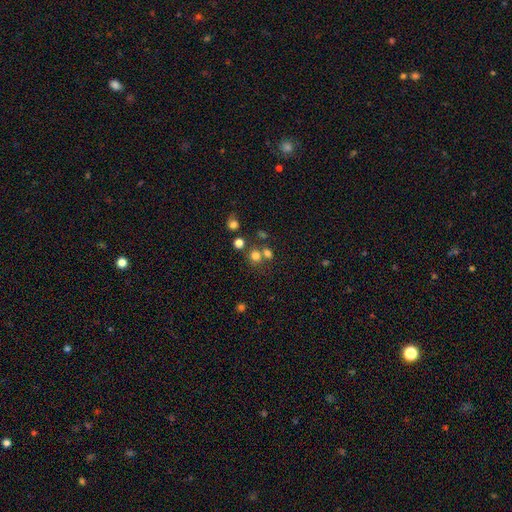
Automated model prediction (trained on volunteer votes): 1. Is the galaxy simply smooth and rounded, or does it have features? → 72% smooth, 19% star or artifact, 9% featured or disk.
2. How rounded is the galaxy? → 81% round, 18% in between, 1% cigar-shaped.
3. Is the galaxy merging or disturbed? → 55% none, 32% merger, 9% minor disturbance, 4% major disturbance.